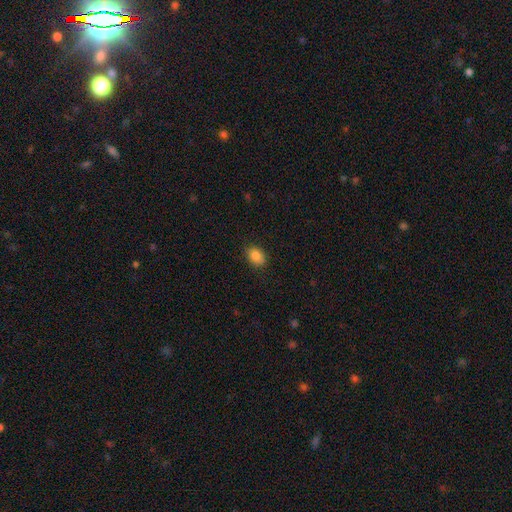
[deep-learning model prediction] Smooth or featured? smooth (85%)
How rounded? in between (69%)
Merging? none (86%)